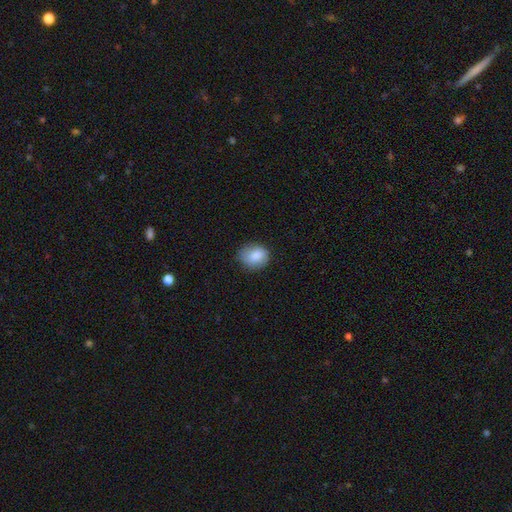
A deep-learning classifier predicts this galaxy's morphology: This appears to be a smooth galaxy with no disk features (84%) that is round (58%). Merging: none (72%).